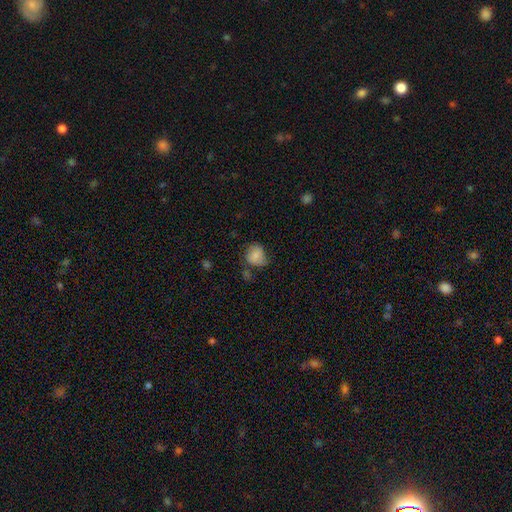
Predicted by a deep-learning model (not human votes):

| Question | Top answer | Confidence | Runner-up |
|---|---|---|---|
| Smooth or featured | smooth | 76% | featured or disk (15%) |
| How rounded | round | 67% | in between (32%) |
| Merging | none | 51% | minor disturbance (32%) |